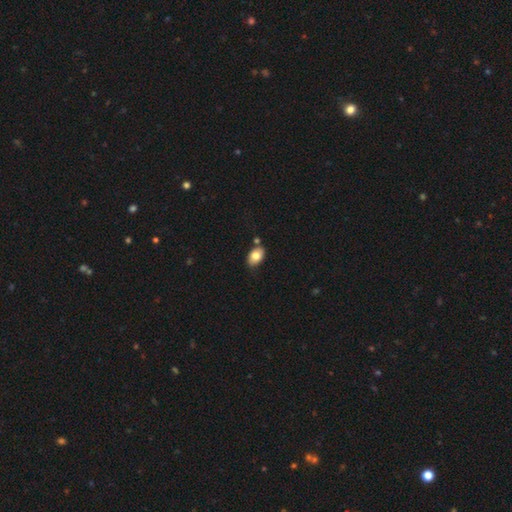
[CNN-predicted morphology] smooth 79%, featured or disk 13%, star or artifact 7%. Down the decision tree: how rounded — in between (87%); merging — none (74%).